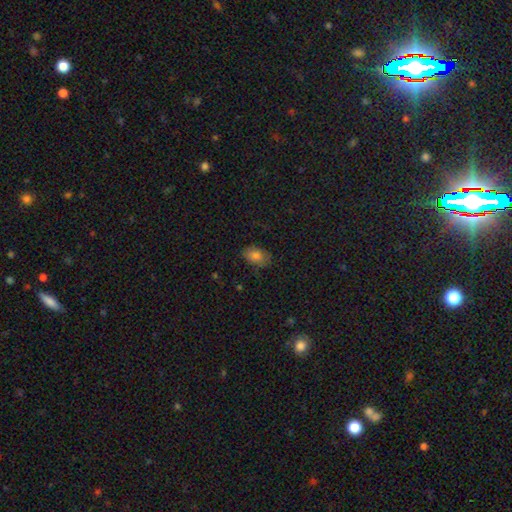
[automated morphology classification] smooth_or_featured: smooth (p=0.78) [alt: featured or disk p=0.12]
how_rounded: in between (p=0.84) [alt: round p=0.15]
merging: none (p=0.76) [alt: minor disturbance p=0.19]